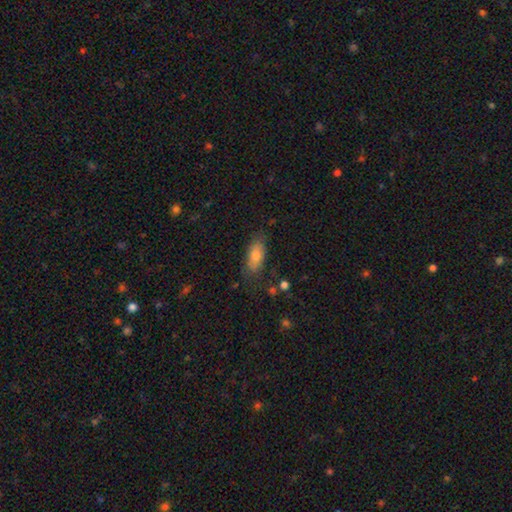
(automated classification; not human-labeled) smooth_or_featured: smooth (p=0.75) [alt: featured or disk p=0.18]
how_rounded: in between (p=0.82) [alt: cigar-shaped p=0.15]
merging: none (p=0.72) [alt: minor disturbance p=0.20]